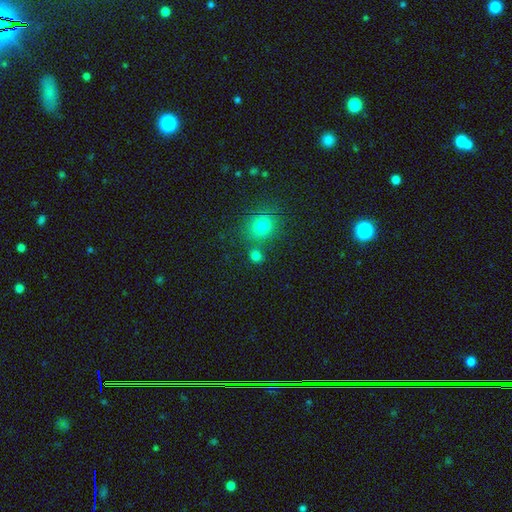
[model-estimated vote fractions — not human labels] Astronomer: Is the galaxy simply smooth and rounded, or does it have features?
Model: smooth — 79%.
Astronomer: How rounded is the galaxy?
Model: round — 75%.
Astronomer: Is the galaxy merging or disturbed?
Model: none — 70%.